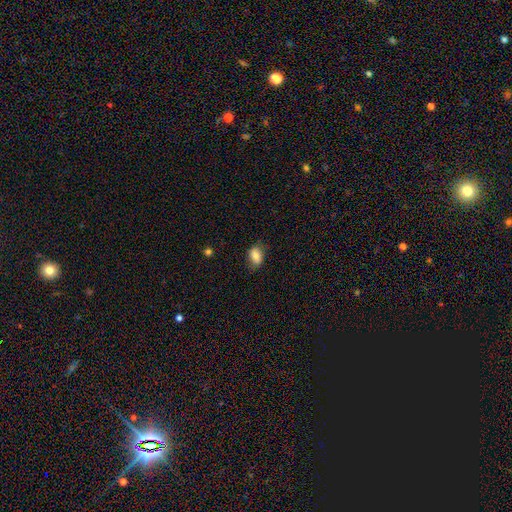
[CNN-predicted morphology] This is likely a smooth galaxy (79%). How rounded: clearly in between (82%). Merging: likely none (72%).